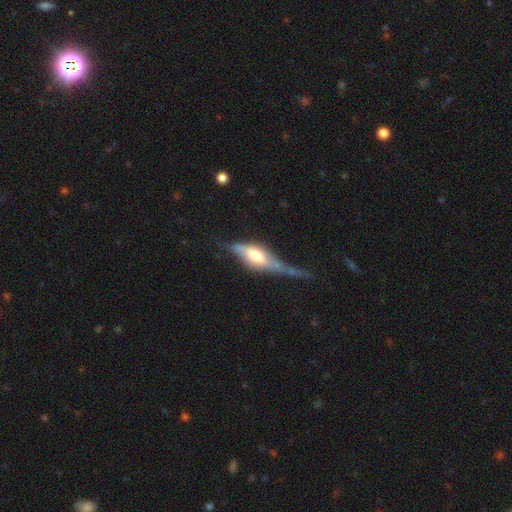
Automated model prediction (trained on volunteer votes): Overall: featured or disk (54%; smooth 40%). Edge-on disk: yes (67%; no 33%). Merging: major disturbance (37%; minor disturbance 28%).